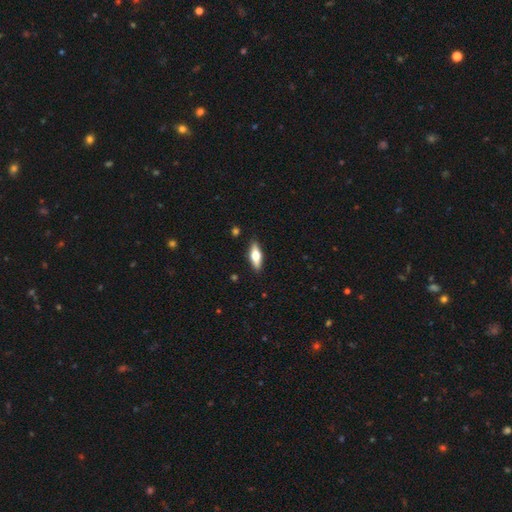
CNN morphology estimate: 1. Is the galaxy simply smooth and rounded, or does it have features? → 54% smooth, 41% featured or disk, 6% star or artifact.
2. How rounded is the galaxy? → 61% in between, 37% cigar-shaped, 3% round.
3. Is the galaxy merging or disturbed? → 89% none, 8% minor disturbance, 2% major disturbance, 1% merger.